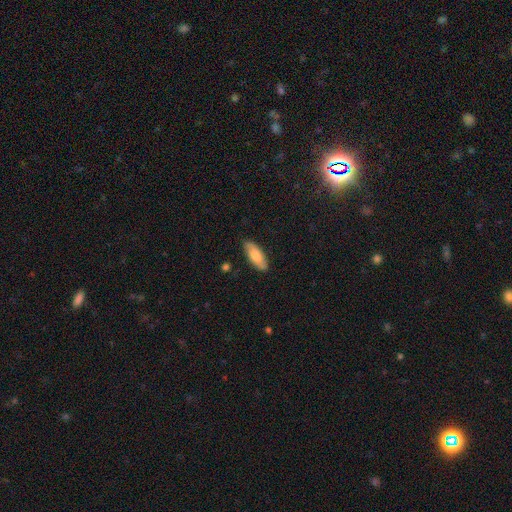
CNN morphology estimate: Smooth or featured: smooth — 75% (featured or disk — 19%)
How rounded: in between — 75% (cigar-shaped — 24%)
Merging: none — 83% (minor disturbance — 13%)